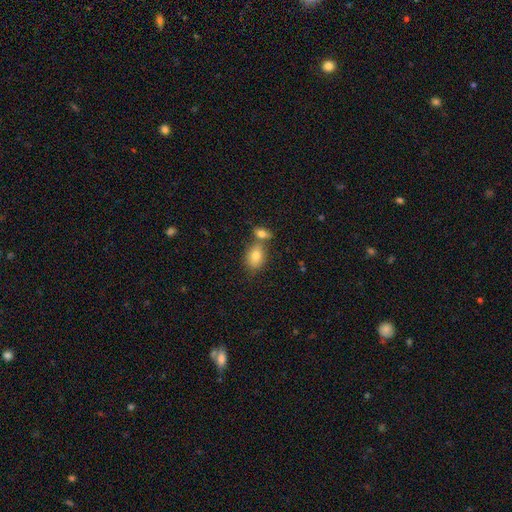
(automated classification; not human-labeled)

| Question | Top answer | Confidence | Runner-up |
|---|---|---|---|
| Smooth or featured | smooth | 80% | featured or disk (11%) |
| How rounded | in between | 75% | round (23%) |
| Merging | none | 52% | merger (34%) |